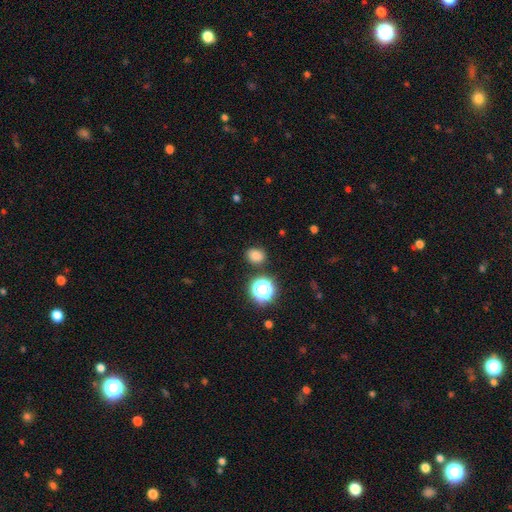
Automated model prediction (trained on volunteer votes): Smooth or featured?
  - smooth: 79% *
  - star or artifact: 16%
  - featured or disk: 5%
How rounded?
  - round: 62% *
  - in between: 37%
  - cigar-shaped: 1%
Merging?
  - none: 84% *
  - minor disturbance: 9%
  - merger: 4%
  - major disturbance: 3%